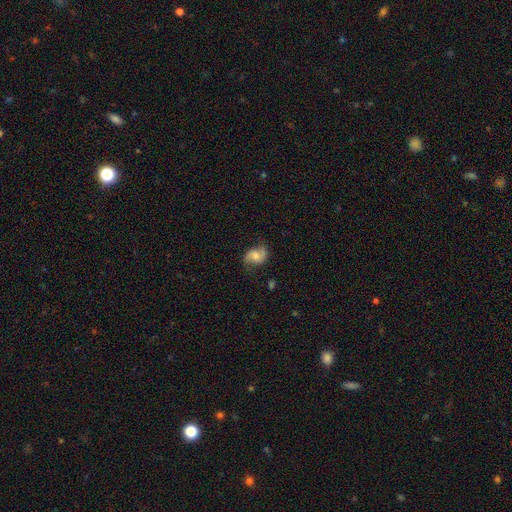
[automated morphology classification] smooth-or-featured: featured or disk: 58% | smooth: 33% | star or artifact: 9%
  disk-edge-on: no: 97% | yes: 3%
    bar: no: 60% | weak: 32% | strong: 8%
    has-spiral-arms: yes: 89% | no: 11%
      spiral-winding: loose: 49% | medium: 38% | tight: 13%
      spiral-arm-count: 2: 89% | can't tell: 5% | 1: 3% | 3: 1% | 4: 1% | more than 4: 1%
    bulge-size: moderate: 58% | small: 28% | large: 8% | none: 4% | dominant: 2%
  merging: none: 71% | minor disturbance: 20% | major disturbance: 7% | merger: 2%